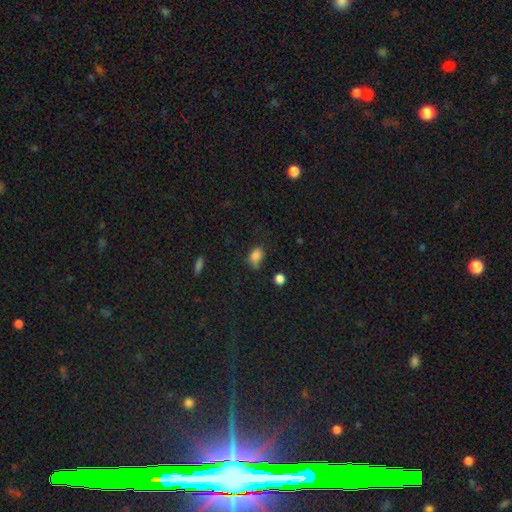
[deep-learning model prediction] Overall: smooth (82%). How rounded: in between (65%; round 33%). Merging: none (53%; minor disturbance 31%).